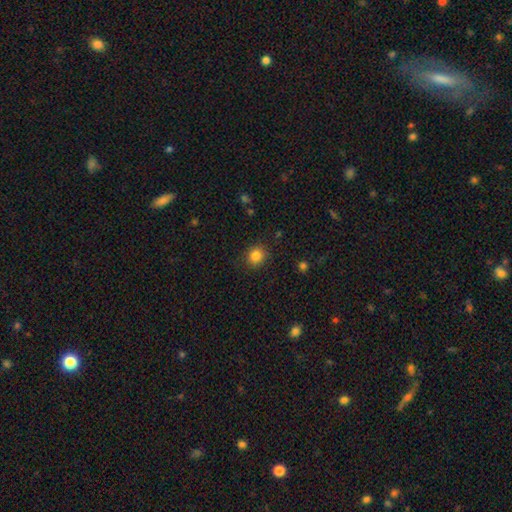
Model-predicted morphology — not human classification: Smooth or featured: smooth — 85% (star or artifact — 11%)
How rounded: round — 84% (in between — 15%)
Merging: none — 87% (minor disturbance — 9%)